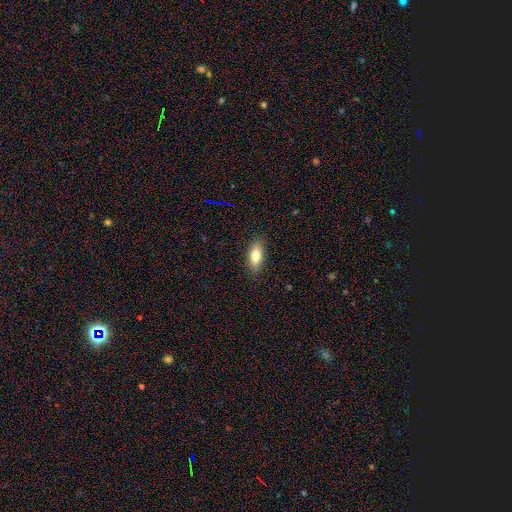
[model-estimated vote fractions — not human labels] Smooth or featured? smooth (77%)
How rounded? in between (79%)
Merging? none (88%)